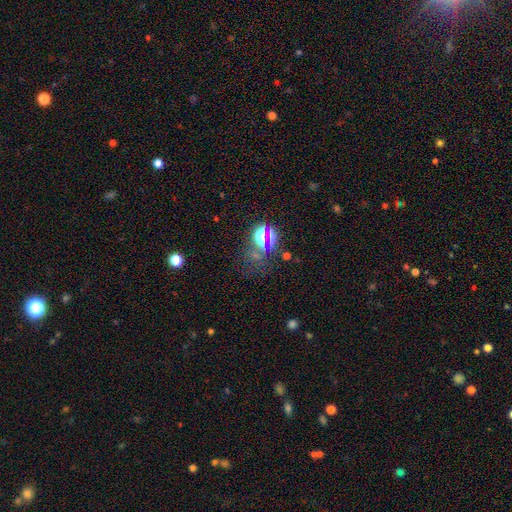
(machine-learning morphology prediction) This appears to be a star or artifact, not a galaxy (59%).